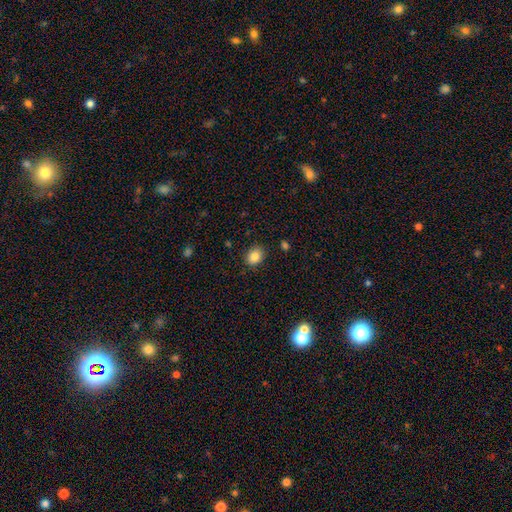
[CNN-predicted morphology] A smooth galaxy with no disk features (85%) that is in between round and cigar-shaped (55%). Merging: none (87%).